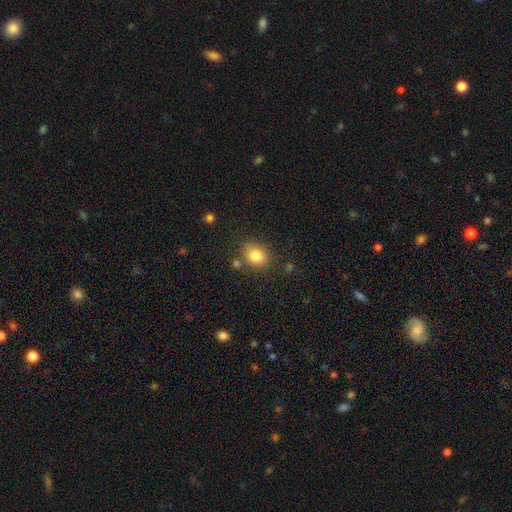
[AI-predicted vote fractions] Smooth or featured?
  - smooth: 82% *
  - star or artifact: 10%
  - featured or disk: 7%
How rounded?
  - round: 60% *
  - in between: 39%
  - cigar-shaped: 1%
Merging?
  - none: 76% *
  - minor disturbance: 14%
  - merger: 6%
  - major disturbance: 4%